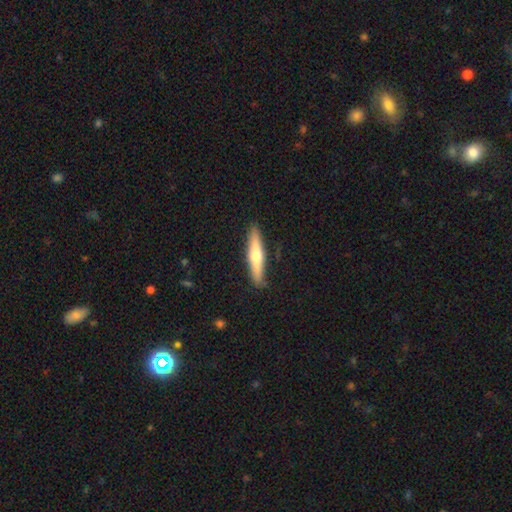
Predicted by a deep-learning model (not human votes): Q: Smooth or featured?
A: smooth (47%); tied with: featured or disk (47%)
Q: Merging?
A: none (89%); runner-up: minor disturbance (8%)